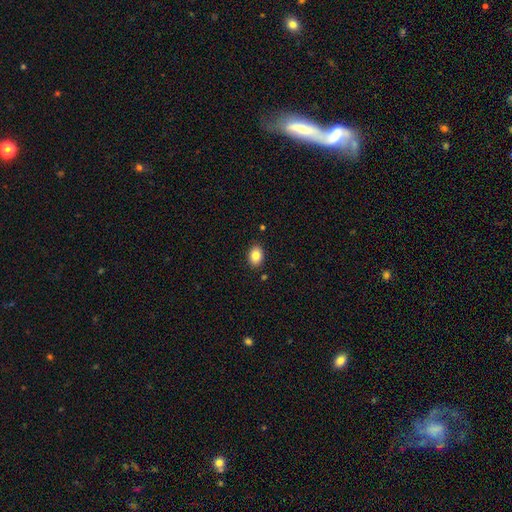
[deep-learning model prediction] smooth_or_featured: smooth (p=0.85) [alt: star or artifact p=0.08]
how_rounded: in between (p=0.76) [alt: round p=0.23]
merging: none (p=0.88) [alt: minor disturbance p=0.09]